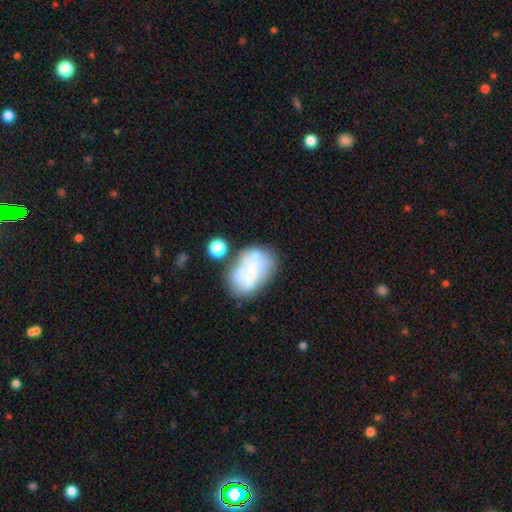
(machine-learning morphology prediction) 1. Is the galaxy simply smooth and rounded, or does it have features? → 45% featured or disk, 44% smooth, 12% star or artifact.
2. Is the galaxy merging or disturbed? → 38% none, 21% minor disturbance, 21% merger, 20% major disturbance.